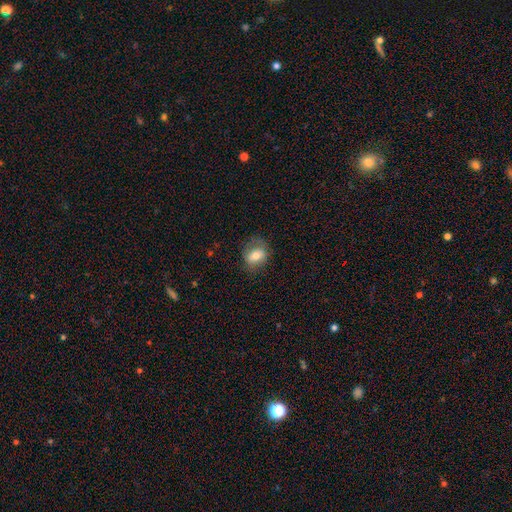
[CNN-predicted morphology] A smooth galaxy with no disk features (66%) that is in between round and cigar-shaped (52%). Merging: none (70%).